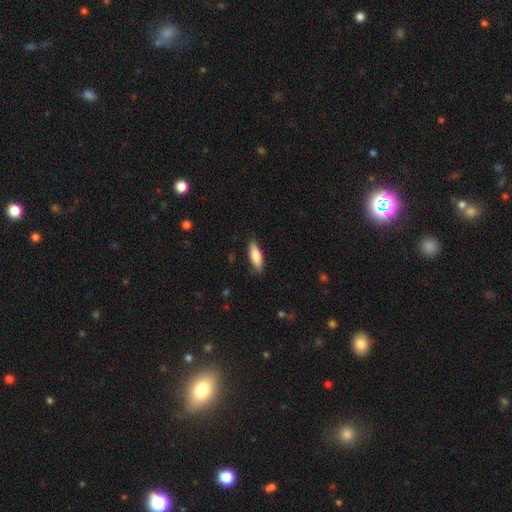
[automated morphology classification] A smooth galaxy with no disk features (82%) that is in between round and cigar-shaped (53%).

Vote fractions:
- Smooth or featured? smooth: 82% / featured or disk: 13% / star or artifact: 6%
- How rounded? in between: 53% / cigar-shaped: 45% / round: 2%
- Merging? none: 84% / minor disturbance: 13% / major disturbance: 2% / merger: 1%